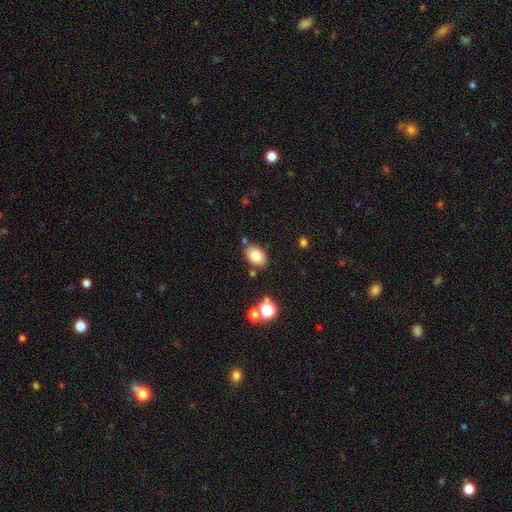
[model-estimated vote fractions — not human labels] A smooth galaxy with no disk features (79%) that is in between round and cigar-shaped (81%). Merging: none (79%).